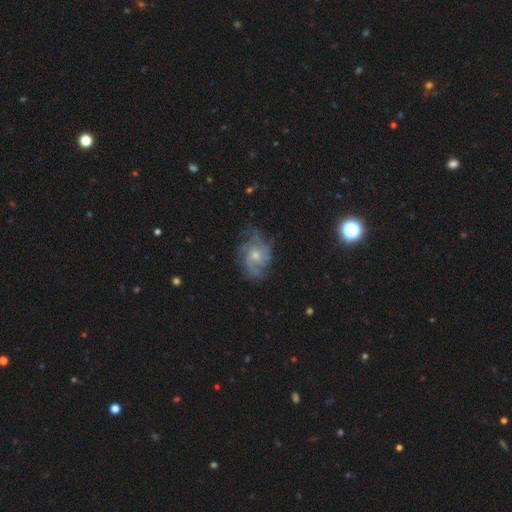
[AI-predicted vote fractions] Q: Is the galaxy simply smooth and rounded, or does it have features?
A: featured or disk — 81%.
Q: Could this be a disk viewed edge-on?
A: no — 97%.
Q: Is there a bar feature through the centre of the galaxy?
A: no — 75%.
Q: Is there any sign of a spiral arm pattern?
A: yes — 93%.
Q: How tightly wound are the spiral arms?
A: medium — 44%.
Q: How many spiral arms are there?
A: can't tell — 28%.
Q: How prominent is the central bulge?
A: small — 52%.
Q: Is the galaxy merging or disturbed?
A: none — 68%.